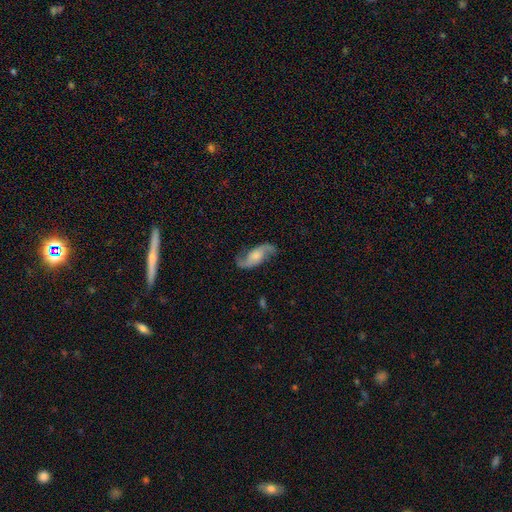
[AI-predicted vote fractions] This is clearly a featured or disk galaxy (81%). It is clearly not viewed edge-on (94%). Bar: possibly no (55%). Spiral arm pattern: clearly yes (96%). Spiral arm count: clearly 2 (93%). Spiral winding: likely loose (65%). Central bulge: marginally moderate (34%). Merging: likely none (78%).